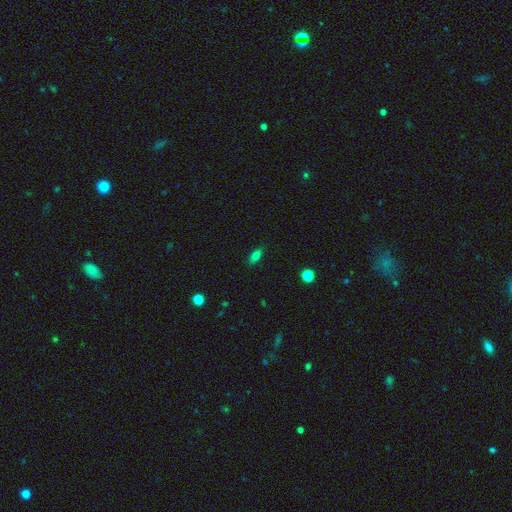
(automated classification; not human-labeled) A smooth galaxy with no disk features (79%) that is in between round and cigar-shaped (80%). Merging: none (85%).